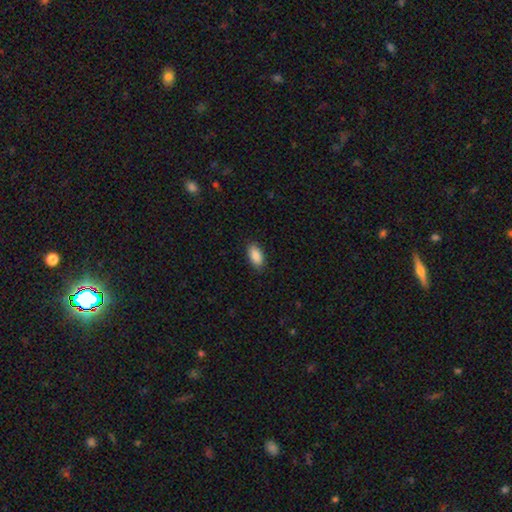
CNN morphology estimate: This is clearly a smooth galaxy (89%). How rounded: clearly in between (94%). Merging: clearly none (88%).